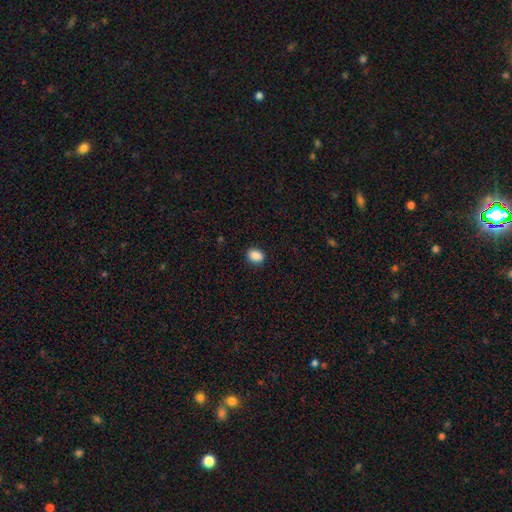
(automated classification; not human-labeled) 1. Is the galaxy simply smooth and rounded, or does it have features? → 89% smooth, 9% star or artifact, 3% featured or disk.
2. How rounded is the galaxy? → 64% in between, 35% round, 1% cigar-shaped.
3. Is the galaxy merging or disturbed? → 88% none, 8% minor disturbance, 2% major disturbance, 1% merger.